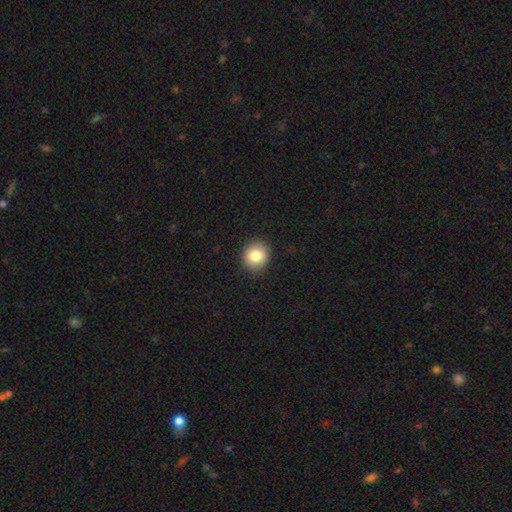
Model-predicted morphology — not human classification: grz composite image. It shows a smooth galaxy with no disk features (83%) that is round (82%). Merging: none (90%).